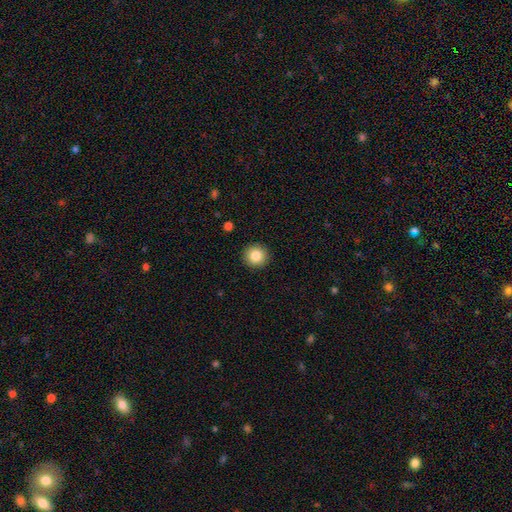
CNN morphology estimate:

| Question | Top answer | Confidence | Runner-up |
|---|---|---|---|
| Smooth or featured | smooth | 84% | star or artifact (9%) |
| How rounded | round | 94% | in between (5%) |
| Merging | none | 93% | minor disturbance (5%) |